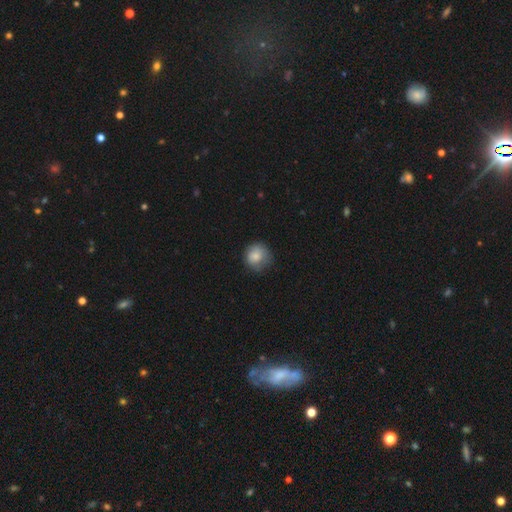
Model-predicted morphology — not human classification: The model was most divided on "merging": none: 69%, minor disturbance: 23%, major disturbance: 7%, merger: 1%. More confident: how rounded — round (86%); smooth or featured — smooth (81%).